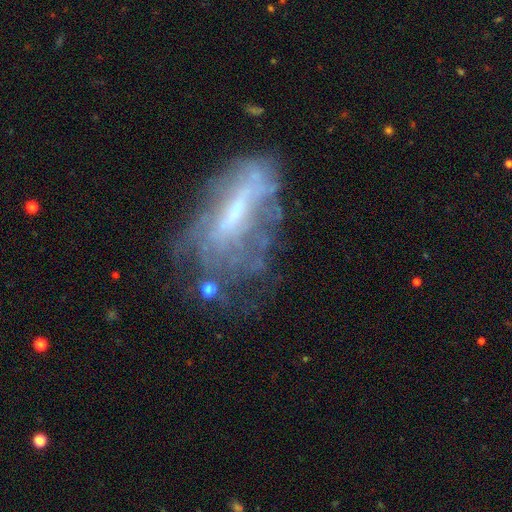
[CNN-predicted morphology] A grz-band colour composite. It shows a featured or disk galaxy (67%) with a weak bar (42%), no spiral arms (53%) and a small central bulge (52%). Merging: none (48%).